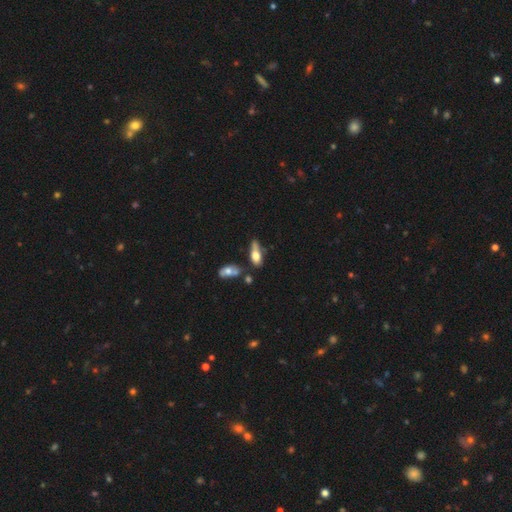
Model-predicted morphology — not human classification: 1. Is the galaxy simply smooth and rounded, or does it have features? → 62% smooth, 30% featured or disk, 8% star or artifact.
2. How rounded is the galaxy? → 74% in between, 22% cigar-shaped, 4% round.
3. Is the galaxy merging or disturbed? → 35% none, 27% minor disturbance, 23% merger, 16% major disturbance.